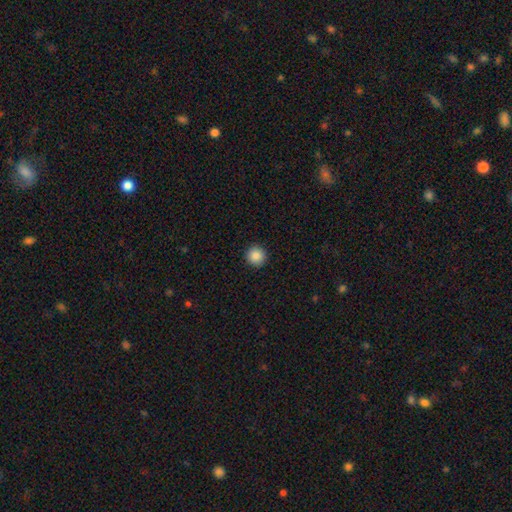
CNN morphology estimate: A smooth galaxy with no disk features (87%) that is round (95%). Merging: none (93%).